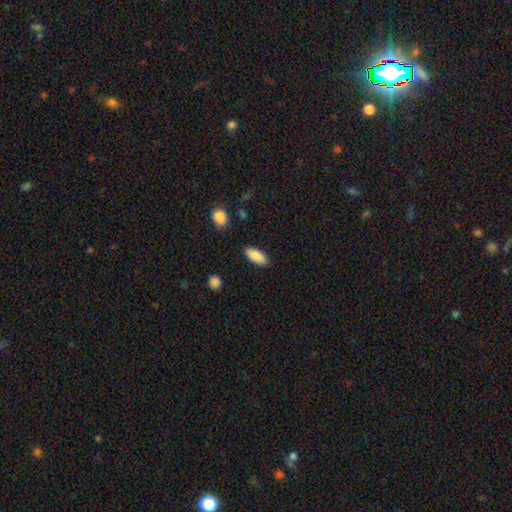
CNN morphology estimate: smooth_or_featured: smooth (p=0.88) [alt: star or artifact p=0.06]
how_rounded: in between (p=0.82) [alt: cigar-shaped p=0.16]
merging: none (p=0.86) [alt: minor disturbance p=0.10]